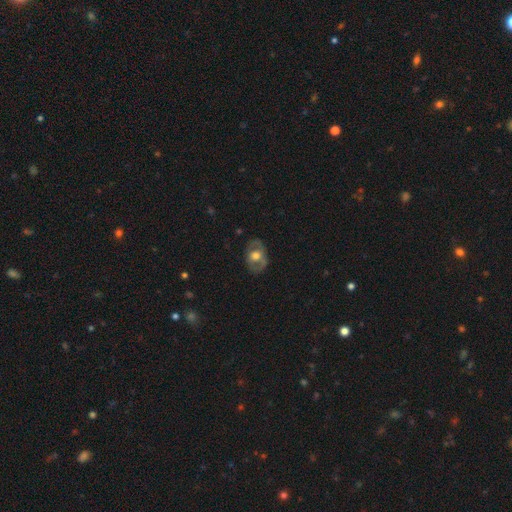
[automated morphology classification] Smooth or featured?
  - featured or disk: 53% *
  - smooth: 40%
  - star or artifact: 7%
Edge-on disk?
  - no: 91% *
  - yes: 9%
Merging?
  - none: 73% *
  - minor disturbance: 18%
  - major disturbance: 8%
  - merger: 1%